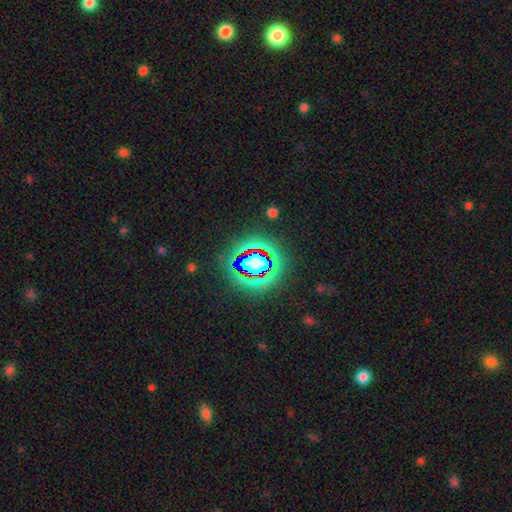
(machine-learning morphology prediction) Smooth or featured? star or artifact (74%)